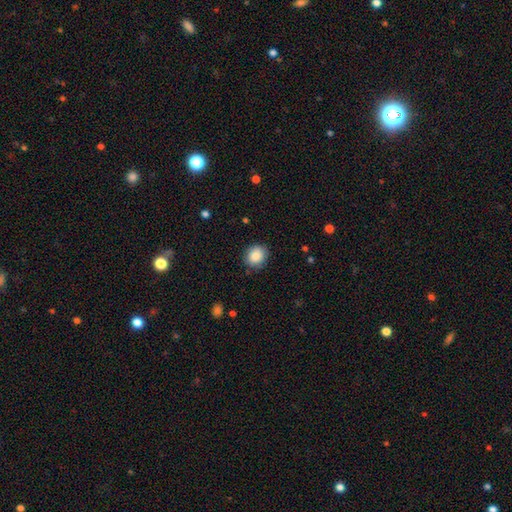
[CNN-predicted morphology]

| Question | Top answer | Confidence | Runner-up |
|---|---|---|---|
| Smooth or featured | smooth | 88% | star or artifact (8%) |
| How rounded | round | 67% | in between (32%) |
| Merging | none | 86% | minor disturbance (11%) |